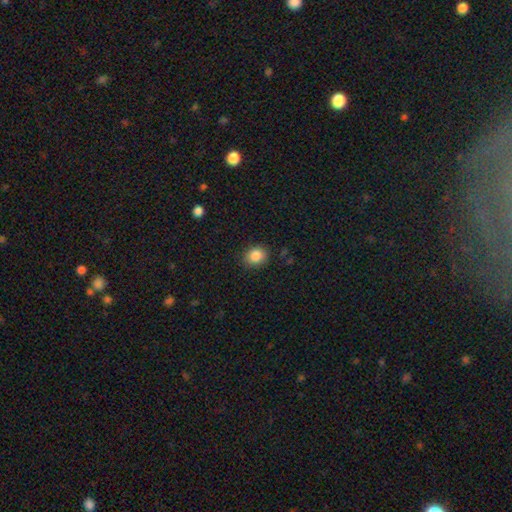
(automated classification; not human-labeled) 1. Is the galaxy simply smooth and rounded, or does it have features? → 86% smooth, 10% star or artifact, 5% featured or disk.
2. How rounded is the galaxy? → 64% round, 35% in between, 1% cigar-shaped.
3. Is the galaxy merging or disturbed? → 85% none, 11% minor disturbance, 3% major disturbance, 1% merger.